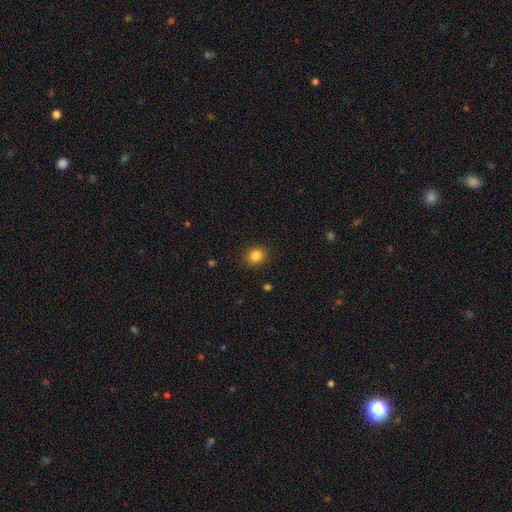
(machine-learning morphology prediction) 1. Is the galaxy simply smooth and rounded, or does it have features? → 84% smooth, 11% star or artifact, 5% featured or disk.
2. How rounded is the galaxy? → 80% round, 19% in between, 1% cigar-shaped.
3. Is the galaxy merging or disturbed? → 90% none, 7% minor disturbance, 2% major disturbance, 1% merger.